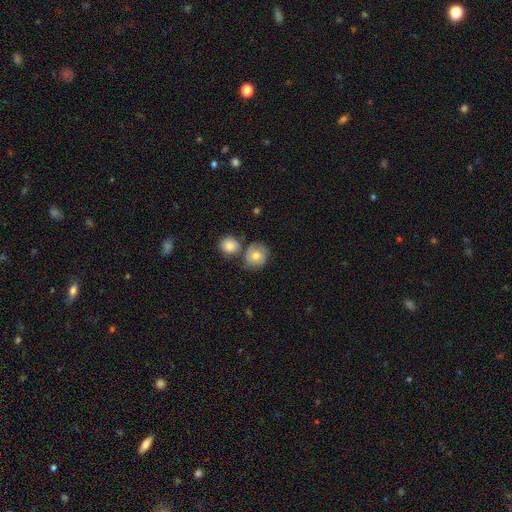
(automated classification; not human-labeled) A smooth galaxy with no disk features (69%) that is round (84%).

Vote fractions:
- Smooth or featured? smooth: 69% / featured or disk: 23% / star or artifact: 8%
- How rounded? round: 84% / in between: 15% / cigar-shaped: 1%
- Merging? none: 59% / merger: 19% / minor disturbance: 17% / major disturbance: 5%